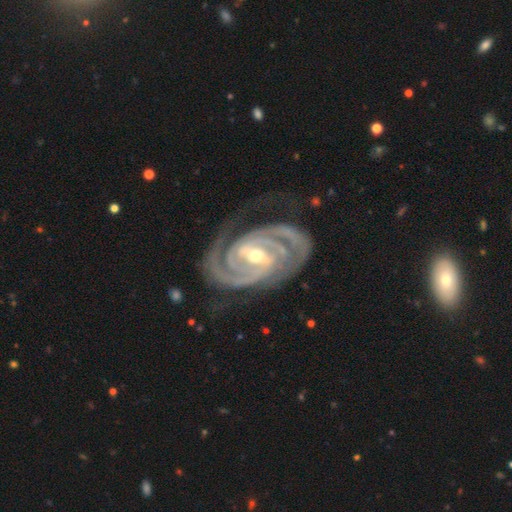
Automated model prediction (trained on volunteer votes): Q: Smooth or featured?
A: featured or disk (94%); runner-up: star or artifact (4%)
Q: Edge-on disk?
A: no (97%); runner-up: yes (3%)
Q: Bar?
A: strong (43%); runner-up: weak (41%)
Q: Spiral arms?
A: yes (99%); runner-up: no (1%)
Q: Spiral winding?
A: tight (75%); runner-up: medium (22%)
Q: Spiral arm count?
A: 2 (69%); runner-up: 3 (16%)
Q: Bulge size?
A: moderate (54%); runner-up: small (43%)
Q: Merging?
A: none (73%); runner-up: minor disturbance (18%)